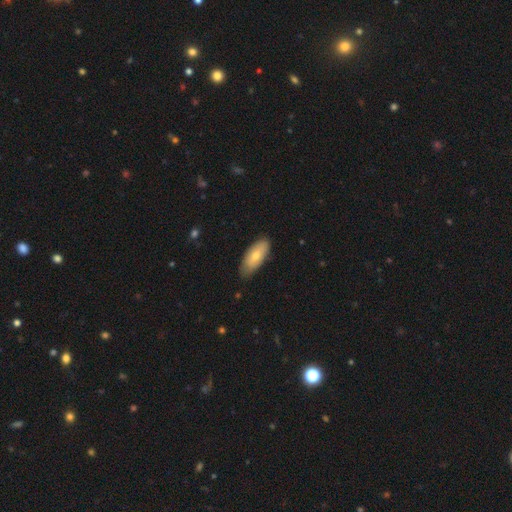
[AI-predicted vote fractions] Morphology: type=smooth (72%); roundness=in between (85%); merging=none (76%).